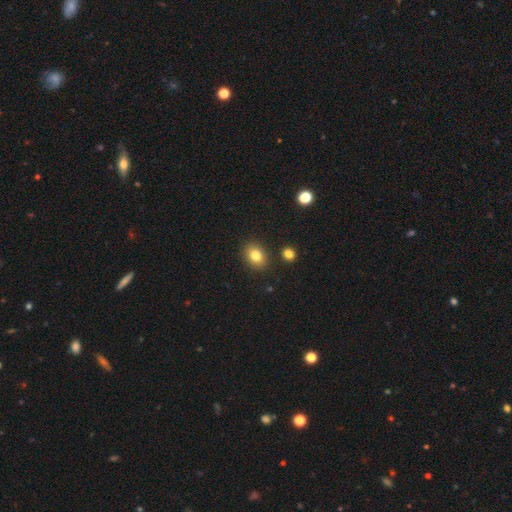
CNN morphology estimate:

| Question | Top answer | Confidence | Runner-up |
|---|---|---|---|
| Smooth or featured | smooth | 82% | star or artifact (10%) |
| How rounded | in between | 64% | round (35%) |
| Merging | none | 86% | minor disturbance (8%) |